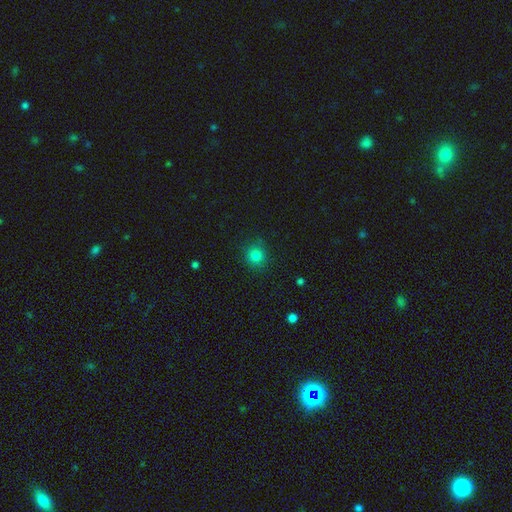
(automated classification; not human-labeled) Morphology: type=smooth (82%); roundness=round (90%); merging=none (87%).